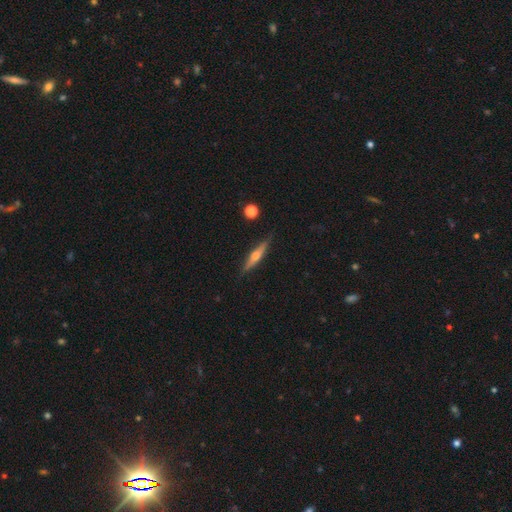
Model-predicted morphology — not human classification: The model was most divided on "smooth or featured": featured or disk: 59%, smooth: 34%, star or artifact: 7%. More confident: edge-on disk — yes (96%); edge-on bulge — rounded (88%); merging — none (87%).